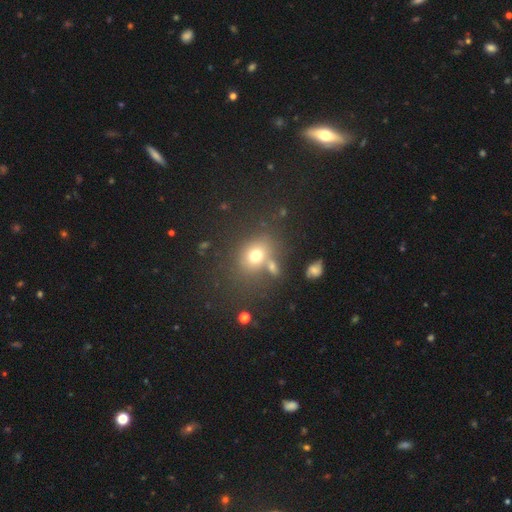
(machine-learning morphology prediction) A smooth galaxy with no disk features (71%) that is round (52%). Merging: none (63%).